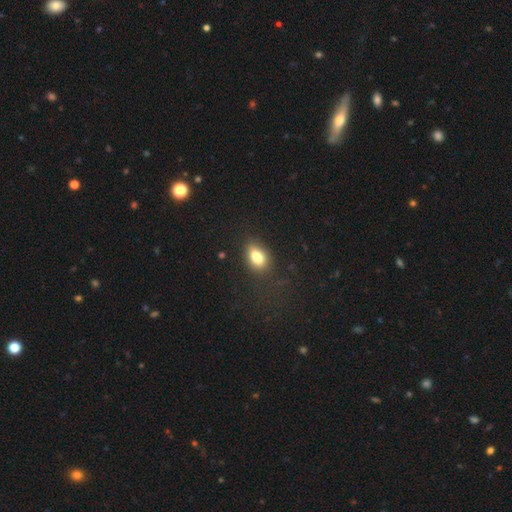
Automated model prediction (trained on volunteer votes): This is clearly a smooth galaxy (80%). How rounded: clearly in between (84%). Merging: likely none (69%).